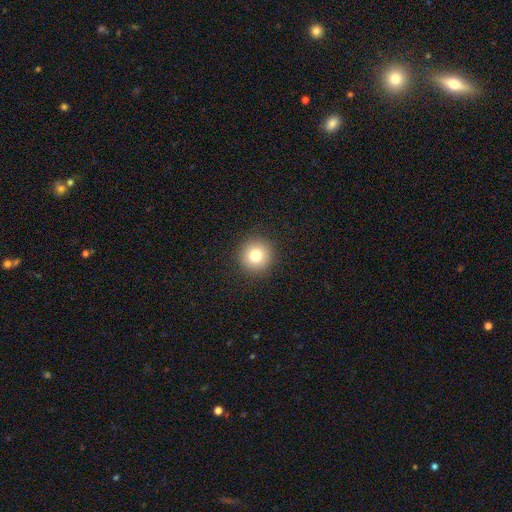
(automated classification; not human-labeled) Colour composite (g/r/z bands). It shows a smooth galaxy with no disk features (79%) that is round (95%). Merging: none (92%).